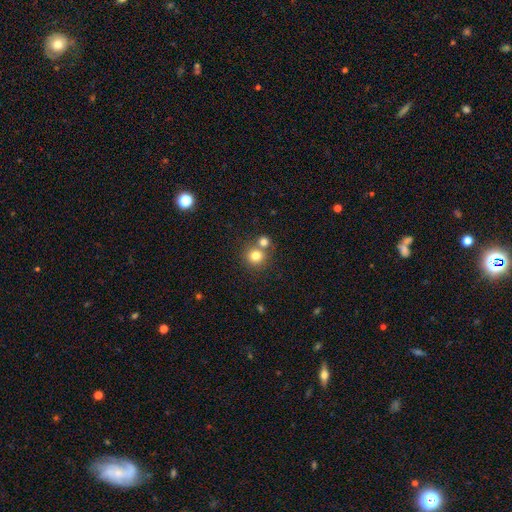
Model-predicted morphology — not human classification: Smooth or featured?
  - smooth: 79% *
  - star or artifact: 13%
  - featured or disk: 8%
How rounded?
  - round: 91% *
  - in between: 9%
  - cigar-shaped: 1%
Merging?
  - none: 61% *
  - merger: 30%
  - minor disturbance: 7%
  - major disturbance: 3%